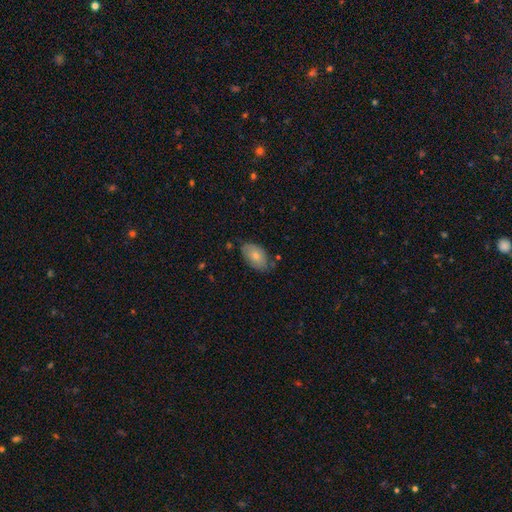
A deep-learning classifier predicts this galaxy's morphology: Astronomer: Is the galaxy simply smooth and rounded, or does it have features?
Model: smooth — 75%.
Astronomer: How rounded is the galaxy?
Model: in between — 92%.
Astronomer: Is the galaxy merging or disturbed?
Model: none — 68%.